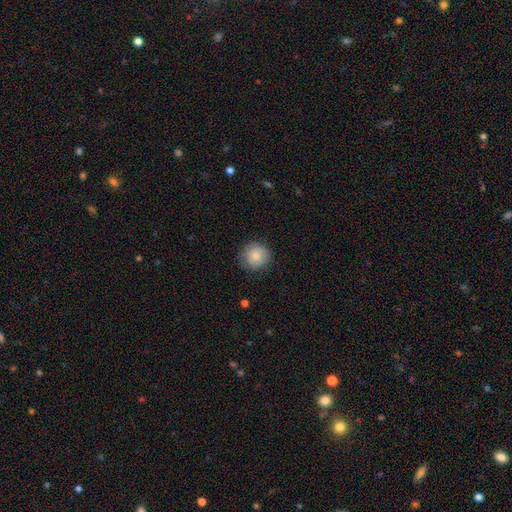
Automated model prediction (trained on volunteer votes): Overall: smooth (85%). How rounded: round (92%). Merging: none (83%).